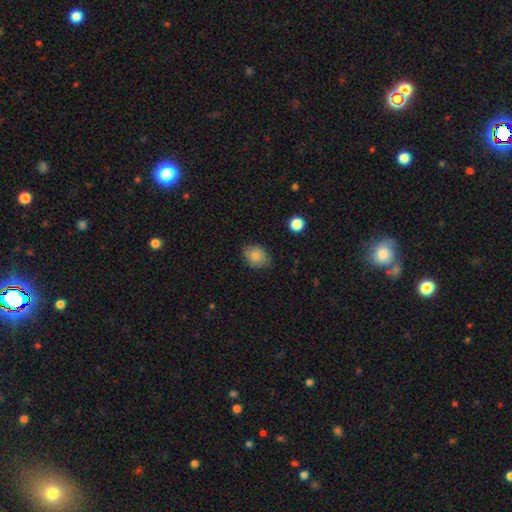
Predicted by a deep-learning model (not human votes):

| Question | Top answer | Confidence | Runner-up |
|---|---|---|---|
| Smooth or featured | smooth | 83% | featured or disk (10%) |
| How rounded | in between | 61% | round (38%) |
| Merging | none | 72% | minor disturbance (22%) |